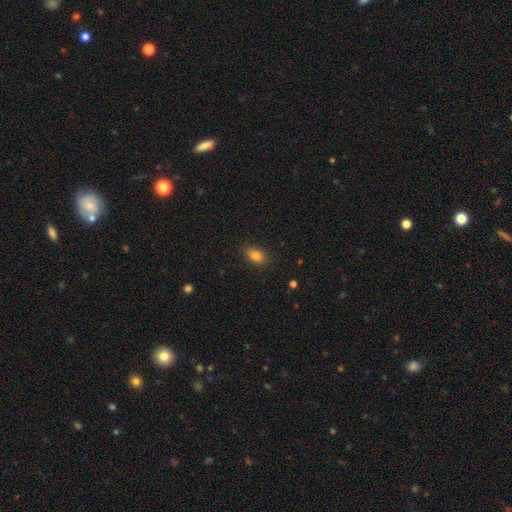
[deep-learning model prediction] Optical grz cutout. It shows a smooth galaxy with no disk features (82%) that is in between round and cigar-shaped (86%). Merging: none (87%).